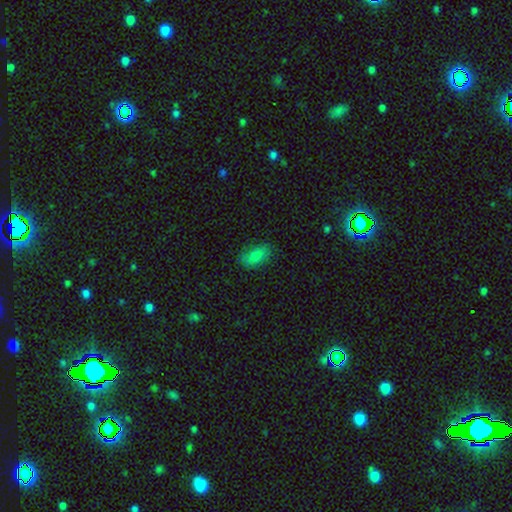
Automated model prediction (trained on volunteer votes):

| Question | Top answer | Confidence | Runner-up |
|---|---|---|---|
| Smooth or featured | smooth | 77% | star or artifact (13%) |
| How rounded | in between | 90% | round (6%) |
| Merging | none | 76% | minor disturbance (18%) |